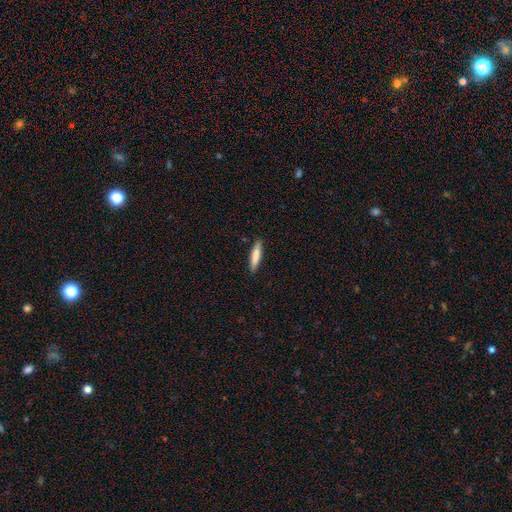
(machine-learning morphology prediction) A smooth galaxy with no disk features (78%) that is cigar-shaped (86%). Merging: none (90%).